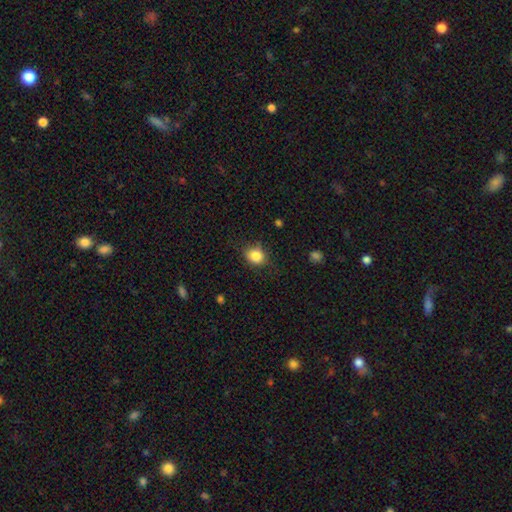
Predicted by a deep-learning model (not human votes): Morphology: type=smooth (82%); roundness=round (65%); merging=none (77%).